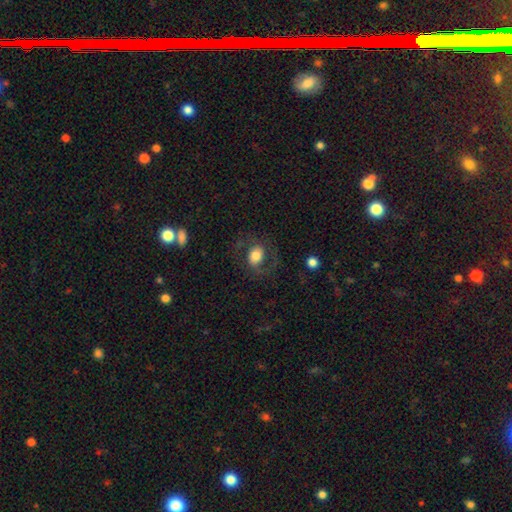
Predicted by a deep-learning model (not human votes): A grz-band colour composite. It shows a smooth galaxy with no disk features (52%) that is in between round and cigar-shaped (50%). Merging: none (66%).